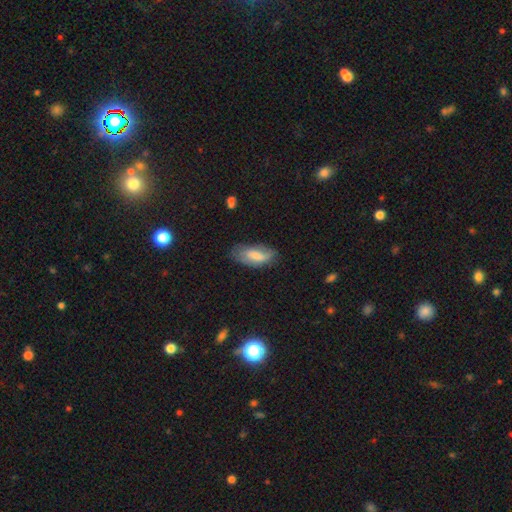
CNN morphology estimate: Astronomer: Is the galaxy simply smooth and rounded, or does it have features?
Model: smooth — 68%.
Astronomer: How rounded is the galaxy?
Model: in between — 87%.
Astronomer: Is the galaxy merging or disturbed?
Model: none — 57%.